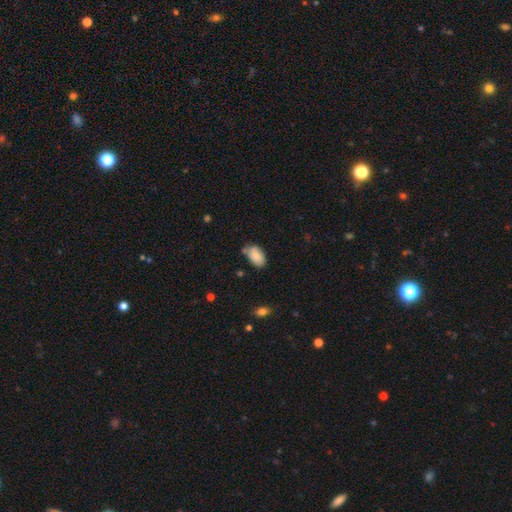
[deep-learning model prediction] Morphology: type=smooth (87%); roundness=in between (93%); merging=none (65%).